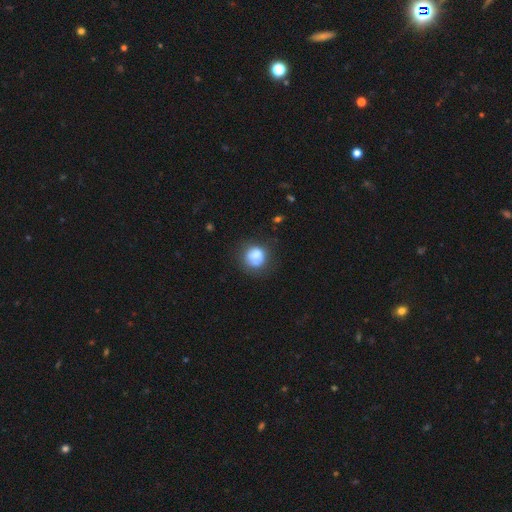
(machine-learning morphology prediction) Smooth or featured? Predicted: smooth (p=0.75). How rounded? Predicted: round (p=0.84). Merging? Predicted: none (p=0.58).